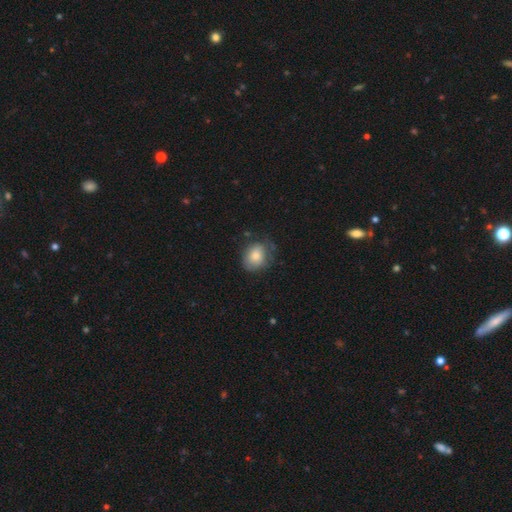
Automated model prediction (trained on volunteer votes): A smooth galaxy with no disk features (78%) that is round (52%).

Vote fractions:
- Smooth or featured? smooth: 78% / featured or disk: 14% / star or artifact: 8%
- How rounded? round: 52% / in between: 47% / cigar-shaped: 1%
- Merging? none: 61% / minor disturbance: 27% / major disturbance: 9% / merger: 2%